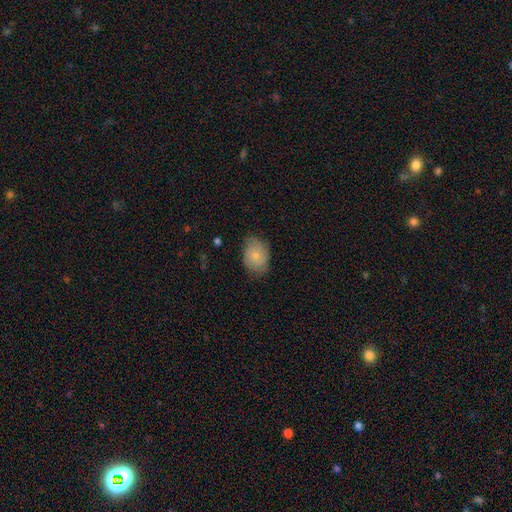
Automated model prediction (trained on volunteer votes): A smooth galaxy with no disk features (70%) that is in between round and cigar-shaped (71%).

Vote fractions:
- Smooth or featured? smooth: 70% / featured or disk: 23% / star or artifact: 7%
- How rounded? in between: 71% / round: 28% / cigar-shaped: 1%
- Merging? none: 71% / minor disturbance: 23% / major disturbance: 5% / merger: 1%